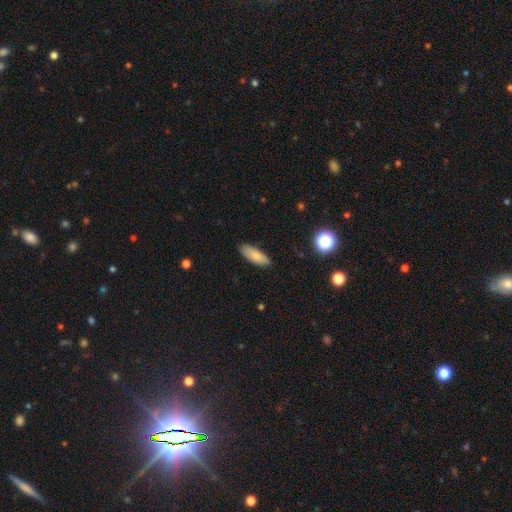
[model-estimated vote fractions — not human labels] smooth_or_featured: smooth (p=0.83) [alt: featured or disk p=0.10]
how_rounded: in between (p=0.67) [alt: cigar-shaped p=0.31]
merging: none (p=0.87) [alt: minor disturbance p=0.10]